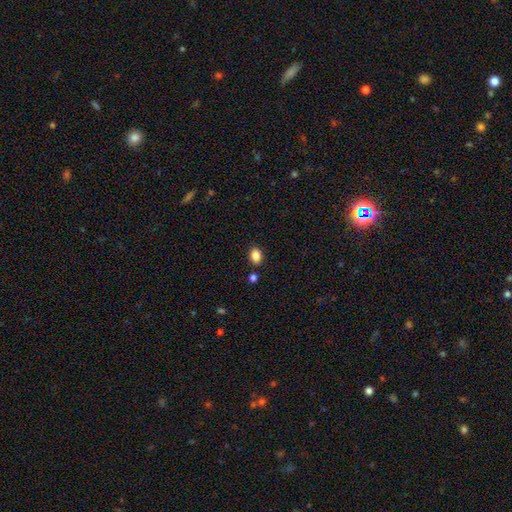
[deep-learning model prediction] This is clearly a smooth galaxy (86%). How rounded: likely in between (78%). Merging: clearly none (84%).